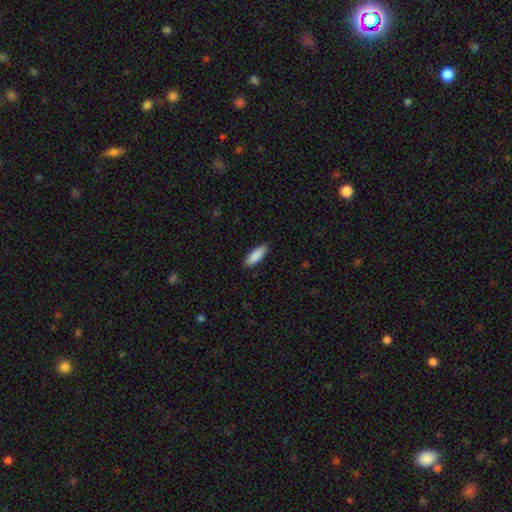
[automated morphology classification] Smooth or featured: smooth — 88% (star or artifact — 6%)
How rounded: in between — 62% (cigar-shaped — 37%)
Merging: none — 86% (minor disturbance — 11%)